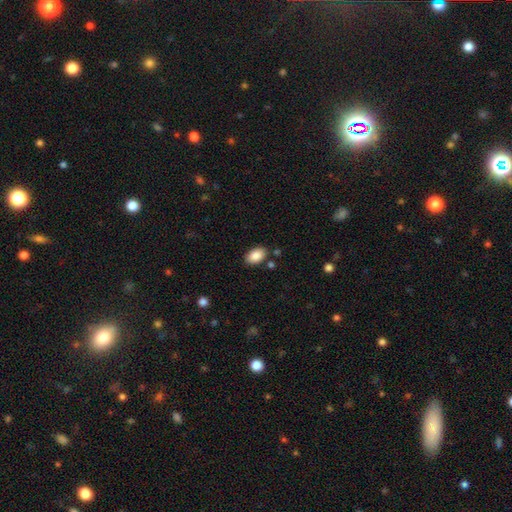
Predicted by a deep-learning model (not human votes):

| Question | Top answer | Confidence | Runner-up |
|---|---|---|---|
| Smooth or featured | smooth | 87% | star or artifact (7%) |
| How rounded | in between | 92% | round (7%) |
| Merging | none | 84% | minor disturbance (10%) |